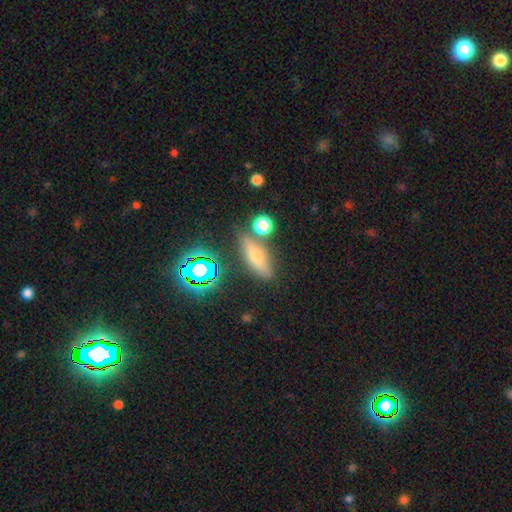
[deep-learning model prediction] The model was most divided on "smooth or featured": smooth: 47%, featured or disk: 31%, star or artifact: 22%. More confident: merging — none (77%).